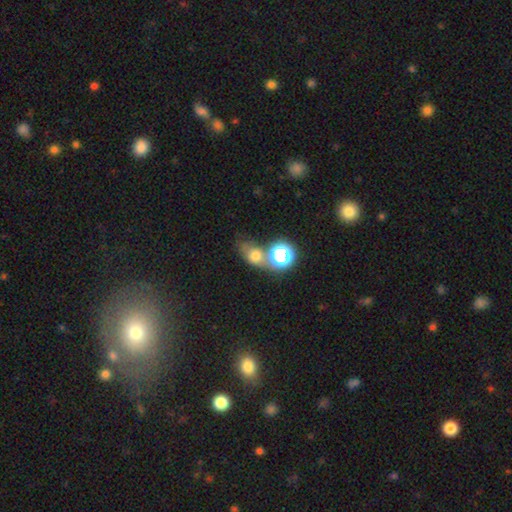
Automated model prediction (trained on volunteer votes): A smooth galaxy with no disk features (63%) that is in between round and cigar-shaped (55%).

Vote fractions:
- Smooth or featured? smooth: 63% / star or artifact: 23% / featured or disk: 14%
- How rounded? in between: 55% / round: 43% / cigar-shaped: 3%
- Merging? none: 46% / merger: 30% / minor disturbance: 15% / major disturbance: 9%